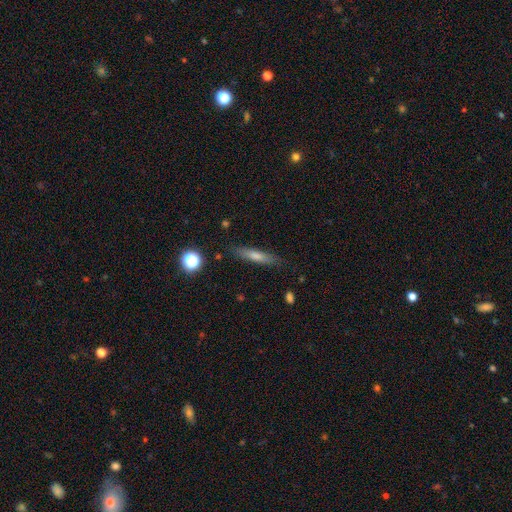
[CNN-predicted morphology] smooth_or_featured: smooth (p=0.58) [alt: featured or disk p=0.33]
how_rounded: cigar-shaped (p=0.87) [alt: in between p=0.11]
merging: none (p=0.86) [alt: minor disturbance p=0.10]